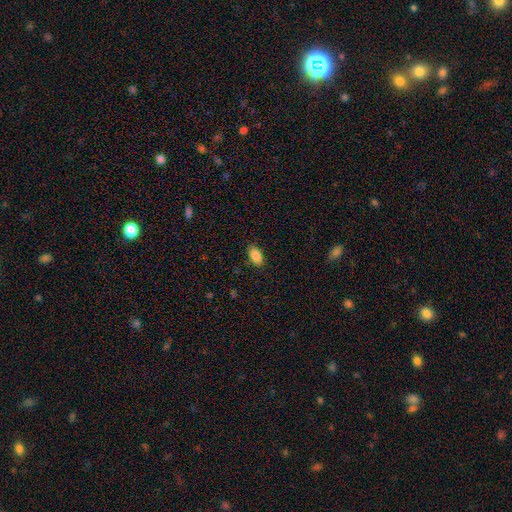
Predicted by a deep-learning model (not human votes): This appears to be a smooth galaxy with no disk features (87%) that is in between round and cigar-shaped (92%). Merging: none (86%).